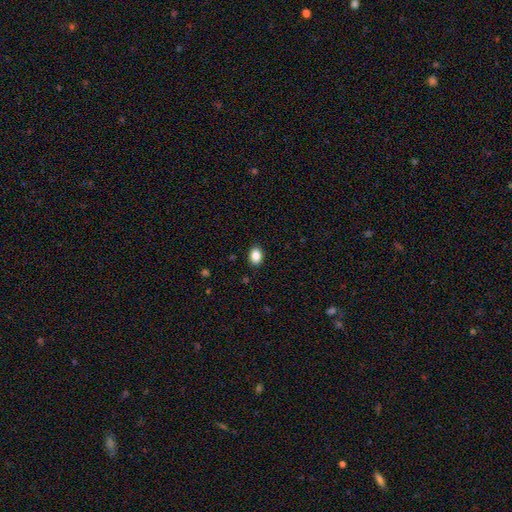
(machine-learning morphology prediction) The model was most divided on "how rounded": in between: 71%, round: 28%, cigar-shaped: 1%. More confident: merging — none (90%); smooth or featured — smooth (87%).